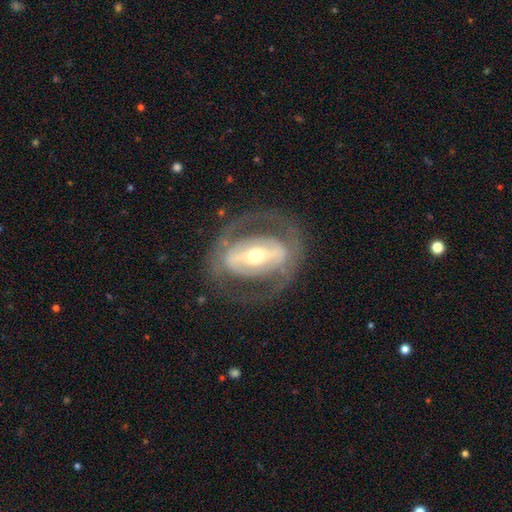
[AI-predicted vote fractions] Smooth or featured? Predicted: featured or disk (p=0.78). Edge-on disk? Predicted: no (p=0.92). Bar? Predicted: strong (p=0.58). Spiral arms? Predicted: no (p=0.56). Bulge size? Predicted: moderate (p=0.57). Merging? Predicted: none (p=0.73).